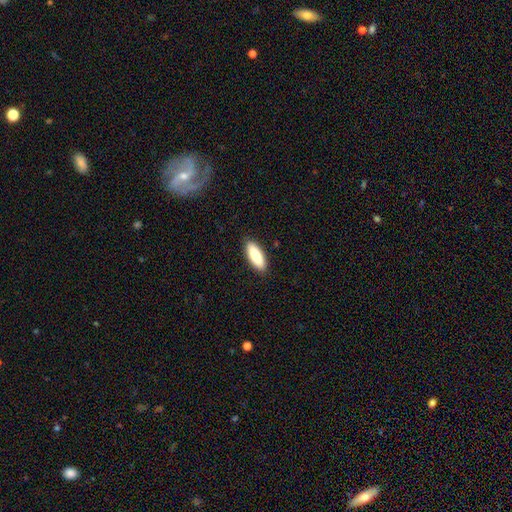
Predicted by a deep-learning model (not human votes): Smooth or featured? smooth (87%)
How rounded? in between (67%)
Merging? none (90%)